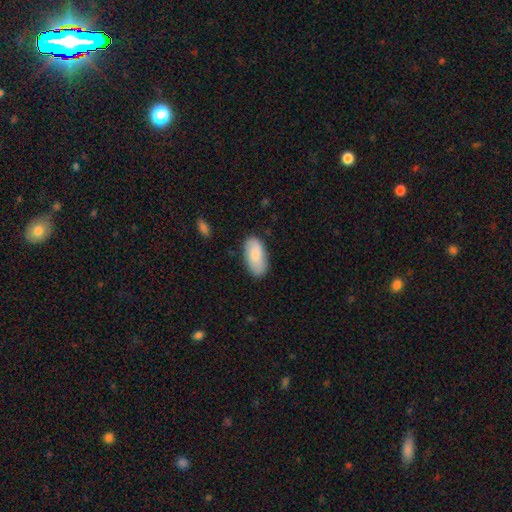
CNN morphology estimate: The model was most divided on "smooth or featured": smooth: 79%, featured or disk: 15%, star or artifact: 6%. More confident: how rounded — in between (94%); merging — none (80%).